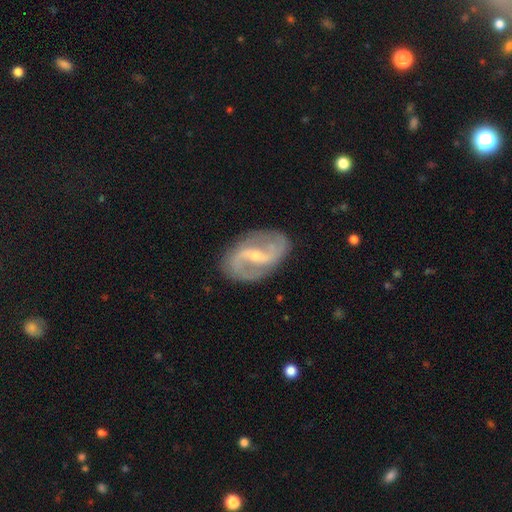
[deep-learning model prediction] Smooth or featured? Predicted: featured or disk (p=0.88). Edge-on disk? Predicted: no (p=0.97). Bar? Predicted: weak (p=0.44). Spiral arms? Predicted: yes (p=0.95). Spiral winding? Predicted: loose (p=0.46). Spiral arm count? Predicted: 2 (p=0.92). Bulge size? Predicted: small (p=0.67). Merging? Predicted: none (p=0.83).